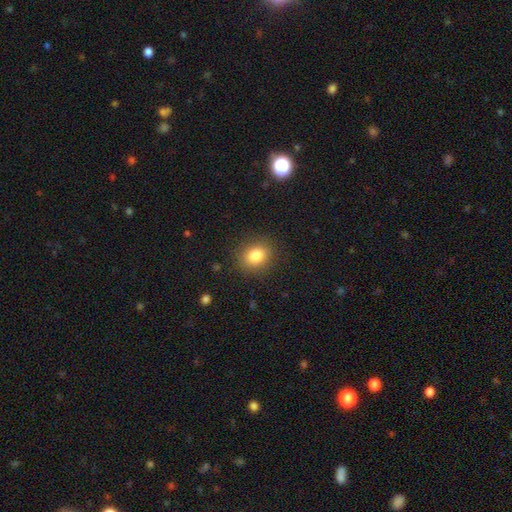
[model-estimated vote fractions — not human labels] smooth_or_featured: smooth (p=0.83) [alt: star or artifact p=0.10]
how_rounded: round (p=0.62) [alt: in between p=0.37]
merging: none (p=0.87) [alt: minor disturbance p=0.09]